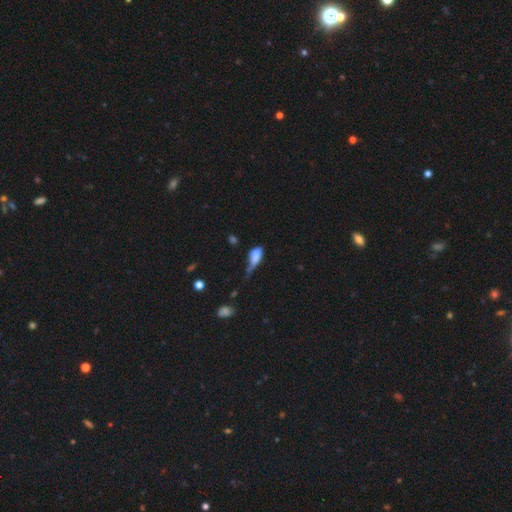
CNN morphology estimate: Smooth or featured? smooth (72%)
How rounded? in between (79%)
Merging? major disturbance (37%)